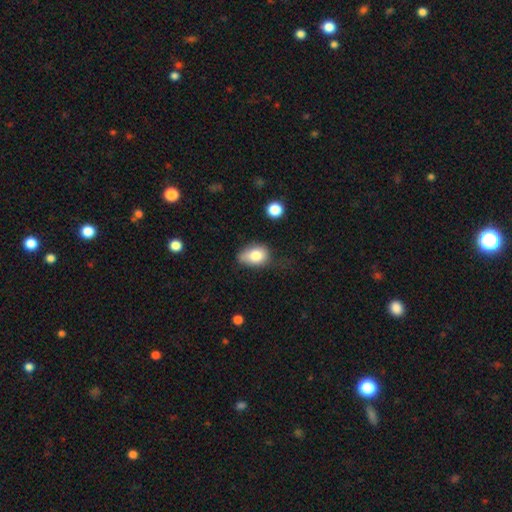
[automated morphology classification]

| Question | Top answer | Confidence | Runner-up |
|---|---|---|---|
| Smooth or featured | smooth | 78% | featured or disk (13%) |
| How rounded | in between | 76% | round (22%) |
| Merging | none | 44% | minor disturbance (38%) |